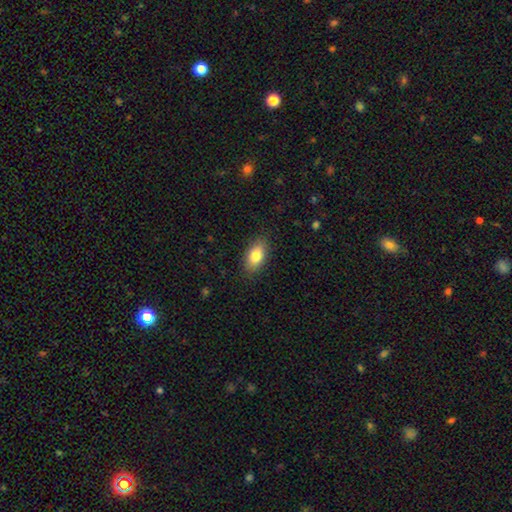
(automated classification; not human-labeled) Morphology: type=smooth (81%); roundness=in between (89%); merging=none (86%).